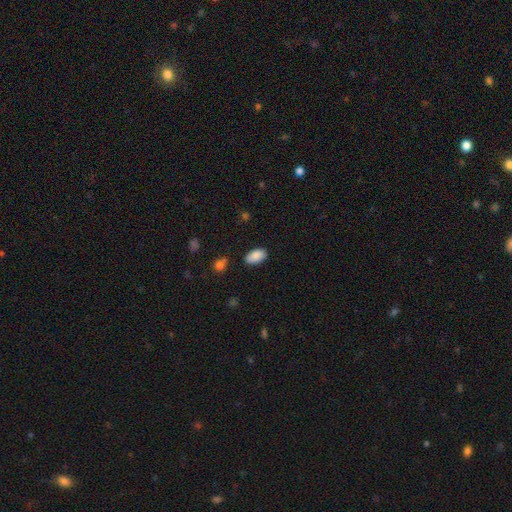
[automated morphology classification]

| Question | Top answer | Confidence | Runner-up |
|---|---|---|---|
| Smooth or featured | smooth | 88% | star or artifact (7%) |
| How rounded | in between | 95% | round (4%) |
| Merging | none | 84% | minor disturbance (12%) |